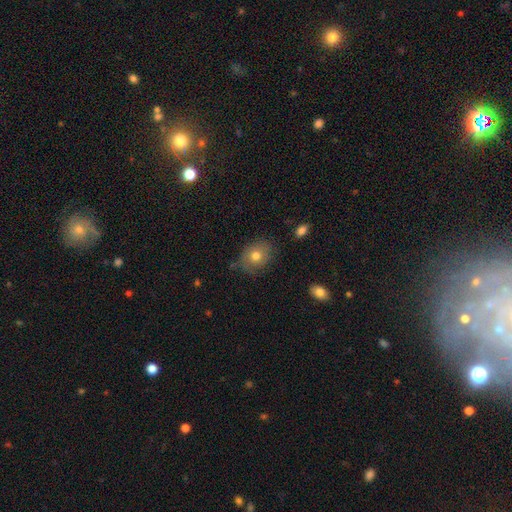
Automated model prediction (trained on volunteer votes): Morphology: type=smooth (70%); roundness=round (53%); merging=none (72%).